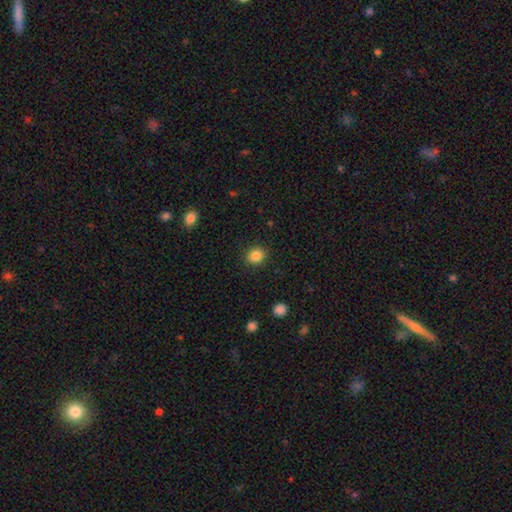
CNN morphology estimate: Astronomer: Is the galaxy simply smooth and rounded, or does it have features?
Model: smooth — 85%.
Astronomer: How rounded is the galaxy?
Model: round — 75%.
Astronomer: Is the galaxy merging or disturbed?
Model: none — 90%.